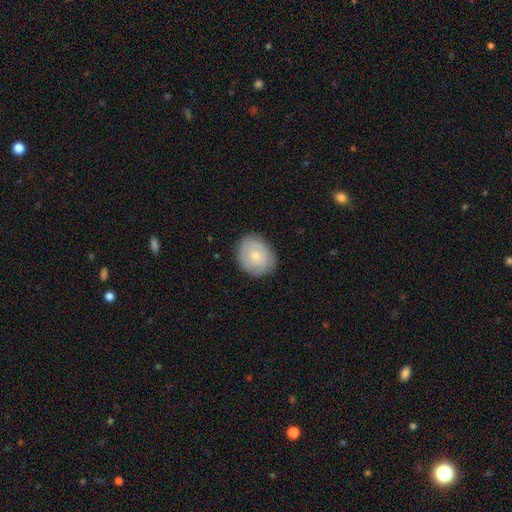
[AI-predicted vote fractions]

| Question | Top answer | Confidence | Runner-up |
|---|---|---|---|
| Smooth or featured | smooth | 63% | featured or disk (31%) |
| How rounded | round | 54% | in between (45%) |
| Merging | none | 82% | minor disturbance (14%) |